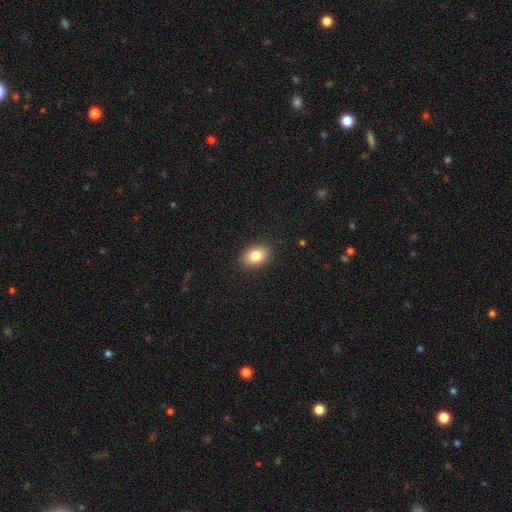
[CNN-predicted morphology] type=smooth (83%); roundness=in between (80%); merging=none (89%).